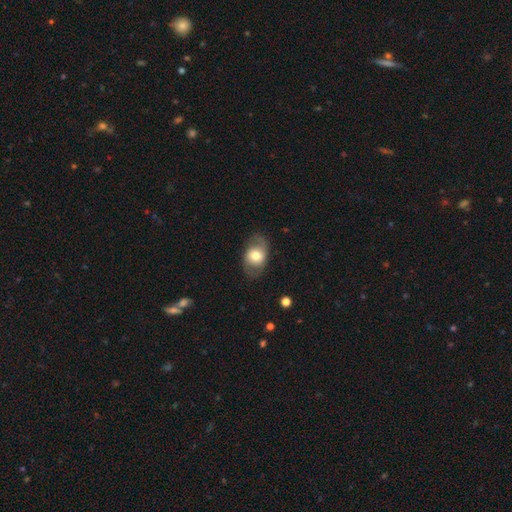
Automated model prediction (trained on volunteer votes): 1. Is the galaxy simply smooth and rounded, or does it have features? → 53% smooth, 40% featured or disk, 7% star or artifact.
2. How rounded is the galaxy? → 71% in between, 27% round, 1% cigar-shaped.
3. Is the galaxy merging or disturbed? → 77% none, 15% minor disturbance, 7% major disturbance, 1% merger.